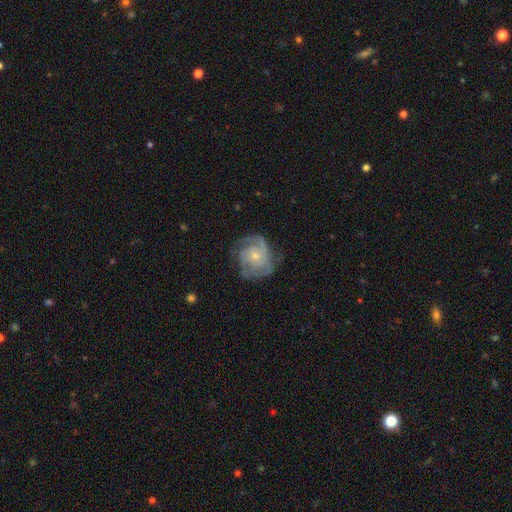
Overall: featured or disk (79%). Edge-on disk: no (97%). Bar: no (79%). Spiral arms: yes (90%). Spiral arm count: 3 (38%; can't tell 31%). Spiral winding: tight (69%). Bulge size: small (69%). Merging: none (54%; major disturbance 27%).